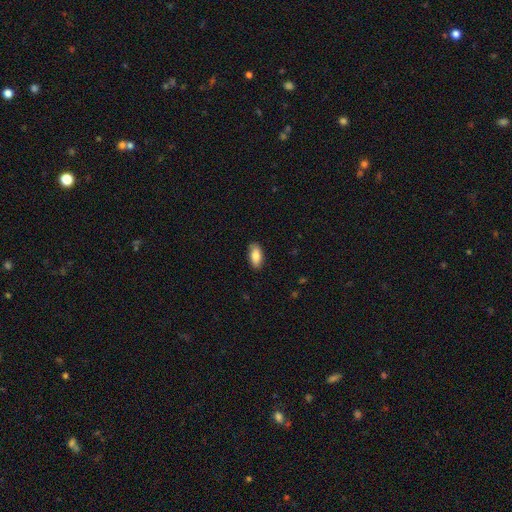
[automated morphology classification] smooth_or_featured: smooth (p=0.84) [alt: featured or disk p=0.09]
how_rounded: in between (p=0.90) [alt: cigar-shaped p=0.08]
merging: none (p=0.86) [alt: minor disturbance p=0.11]